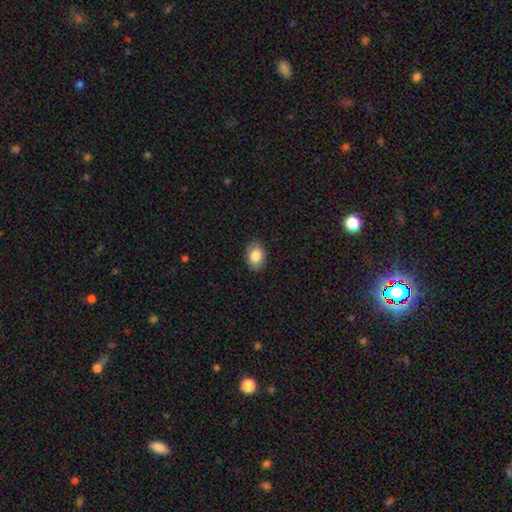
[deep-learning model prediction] Overall: smooth (84%). How rounded: in between (77%). Merging: none (88%).